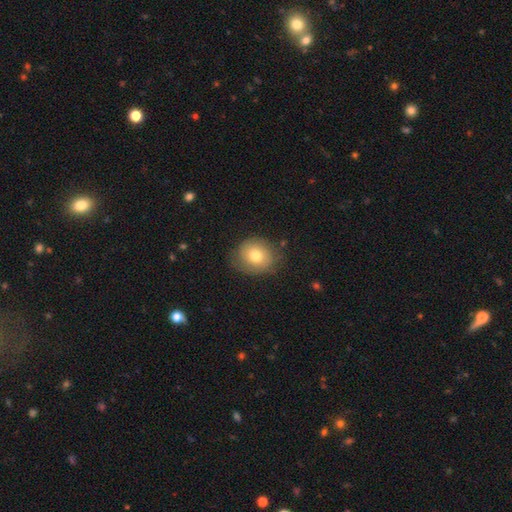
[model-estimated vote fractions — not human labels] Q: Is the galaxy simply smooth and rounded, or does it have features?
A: smooth — 74%.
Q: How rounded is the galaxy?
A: round — 77%.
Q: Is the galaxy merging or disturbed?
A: none — 75%.